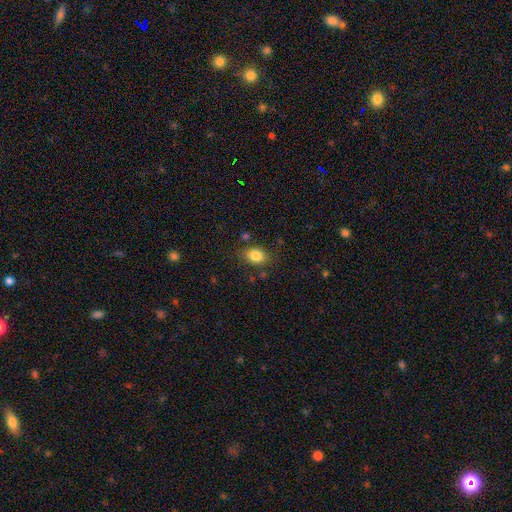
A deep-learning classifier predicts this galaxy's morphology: smooth 83%, star or artifact 10%, featured or disk 7%. Down the decision tree: how rounded — in between (70%); merging — none (79%).